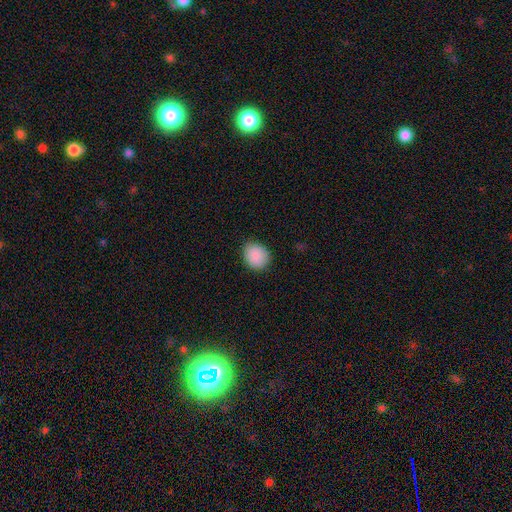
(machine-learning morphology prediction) smooth 89%, star or artifact 7%, featured or disk 3%. Down the decision tree: how rounded — round (59%); merging — none (84%).